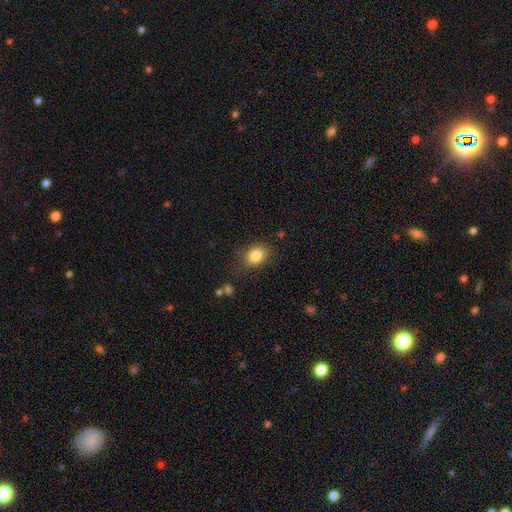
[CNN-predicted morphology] Smooth or featured?
  - smooth: 83% *
  - star or artifact: 9%
  - featured or disk: 7%
How rounded?
  - in between: 60% *
  - round: 39%
  - cigar-shaped: 1%
Merging?
  - none: 80% *
  - minor disturbance: 14%
  - major disturbance: 4%
  - merger: 2%